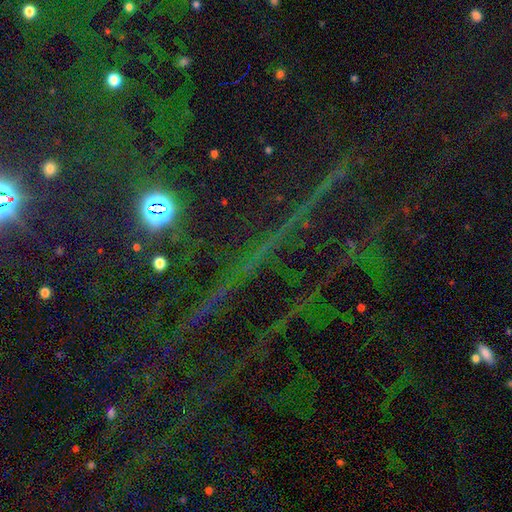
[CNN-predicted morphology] smooth-or-featured: star or artifact: 81% | featured or disk: 11% | smooth: 8%